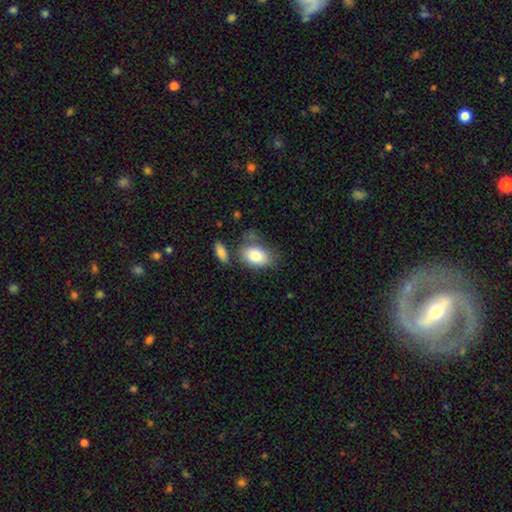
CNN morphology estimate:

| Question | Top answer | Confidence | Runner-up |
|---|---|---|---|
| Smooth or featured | smooth | 80% | featured or disk (13%) |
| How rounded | in between | 87% | round (12%) |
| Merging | none | 59% | minor disturbance (19%) |